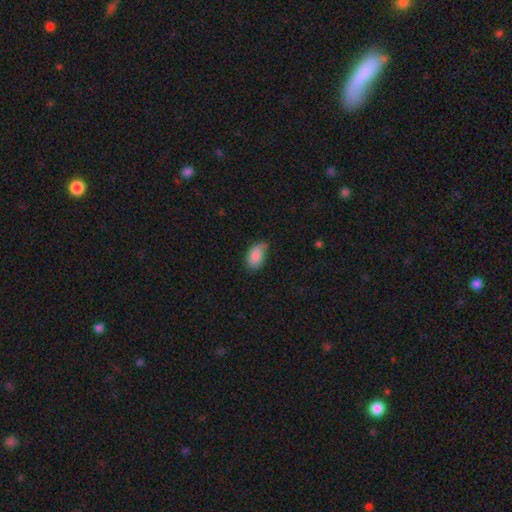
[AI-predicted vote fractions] Q: Smooth or featured?
A: smooth (87%); runner-up: star or artifact (7%)
Q: How rounded?
A: in between (92%); runner-up: round (6%)
Q: Merging?
A: none (63%); runner-up: minor disturbance (29%)